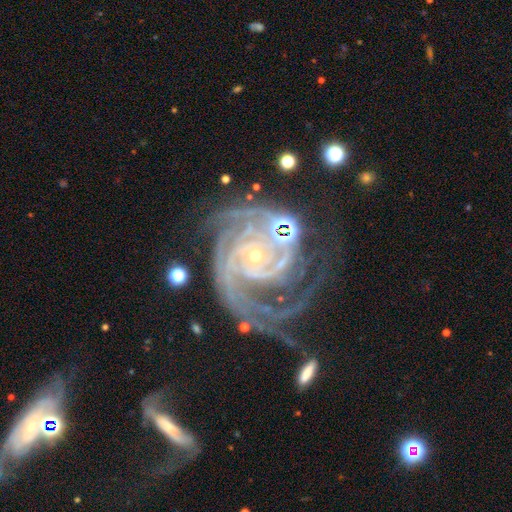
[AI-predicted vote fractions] Morphology: type=featured or disk (92%); edge-on=no (98%); bar=no (71%); spiral arms=yes (98%); winding=tight (69%); arm count=3 (25%); bulge=small (73%); merging=none (46%).